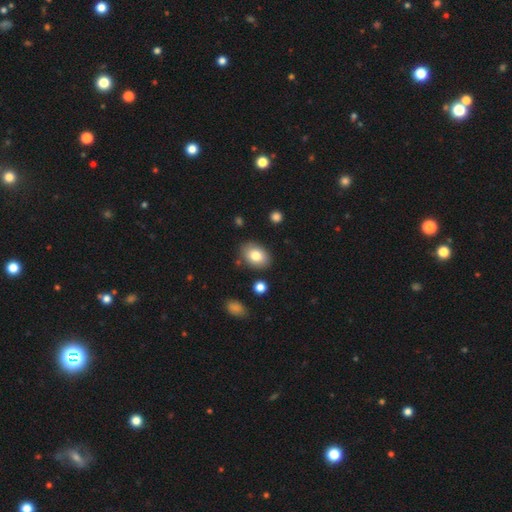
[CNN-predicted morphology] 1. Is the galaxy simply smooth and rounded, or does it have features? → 80% smooth, 12% featured or disk, 8% star or artifact.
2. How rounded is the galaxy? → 78% in between, 20% round, 1% cigar-shaped.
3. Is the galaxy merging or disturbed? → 83% none, 11% minor disturbance, 3% merger, 3% major disturbance.